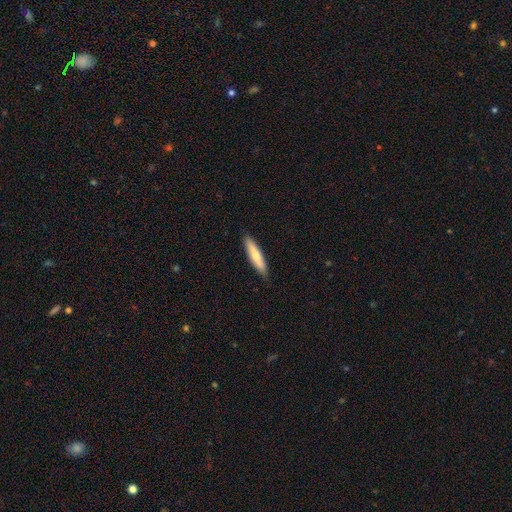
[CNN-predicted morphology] A smooth galaxy with no disk features (67%) that is cigar-shaped (81%). Merging: none (88%).